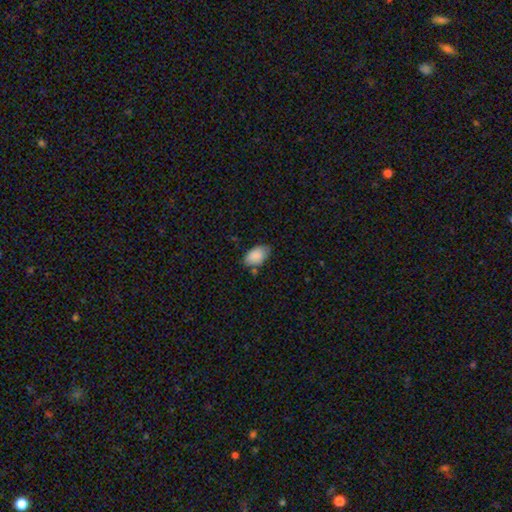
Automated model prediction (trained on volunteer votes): smooth_or_featured: smooth (p=0.88) [alt: star or artifact p=0.07]
how_rounded: in between (p=0.91) [alt: round p=0.07]
merging: none (p=0.68) [alt: minor disturbance p=0.23]